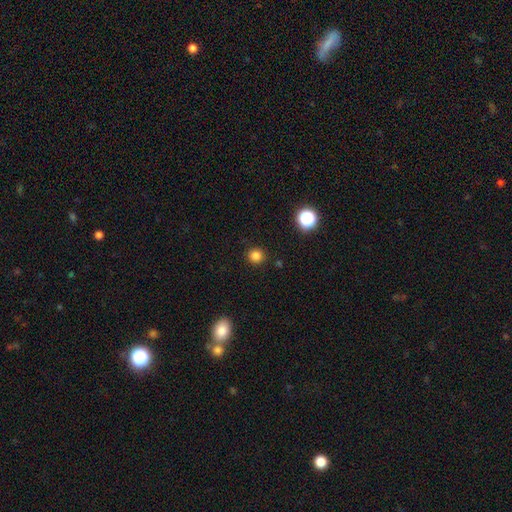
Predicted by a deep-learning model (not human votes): smooth-or-featured: smooth: 82% | star or artifact: 14% | featured or disk: 4%
  how-rounded: round: 93% | in between: 6% | cigar-shaped: 1%
  merging: none: 91% | minor disturbance: 6% | major disturbance: 2% | merger: 1%